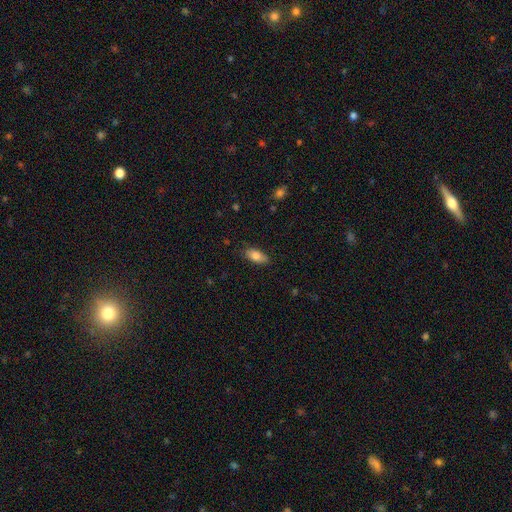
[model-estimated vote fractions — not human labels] Morphology: type=smooth (83%); roundness=in between (88%); merging=none (84%).